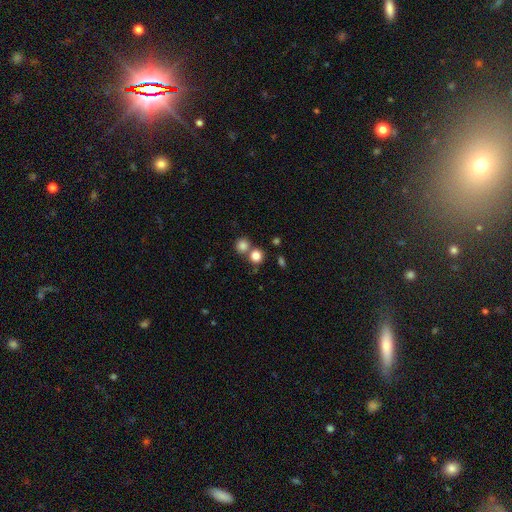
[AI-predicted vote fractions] Q: Smooth or featured?
A: smooth (82%); runner-up: star or artifact (12%)
Q: How rounded?
A: round (86%); runner-up: in between (13%)
Q: Merging?
A: none (58%); runner-up: merger (31%)